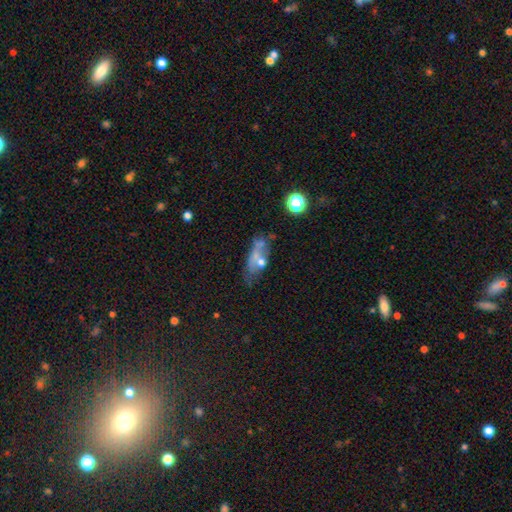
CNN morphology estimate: Overall: smooth (40%; featured or disk 39%). Merging: none (43%; minor disturbance 22%).